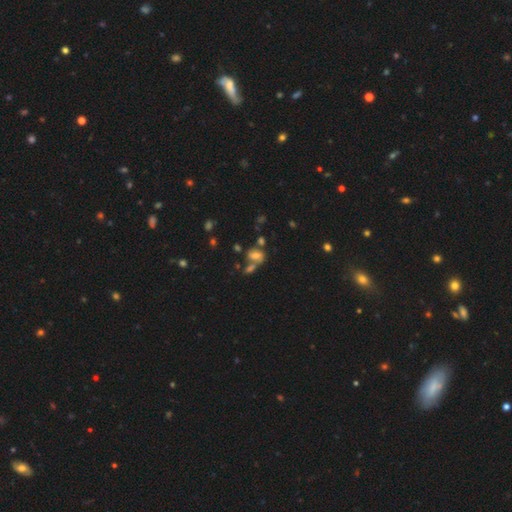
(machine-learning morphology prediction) The model was most divided on "merging": none: 39%, merger: 38%, minor disturbance: 14%, major disturbance: 9%. More confident: how rounded — in between (76%); smooth or featured — smooth (56%).